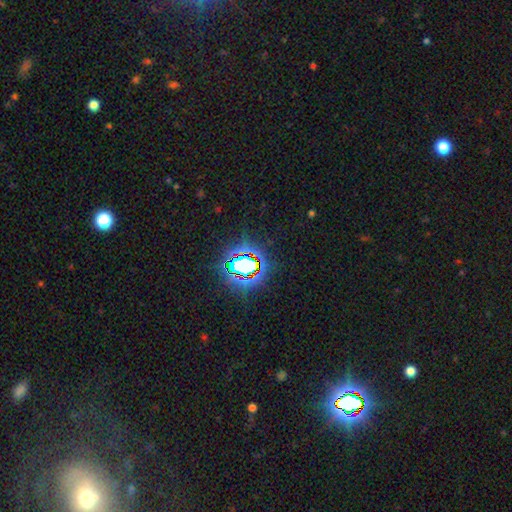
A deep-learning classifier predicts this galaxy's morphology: Overall: star or artifact (81%).